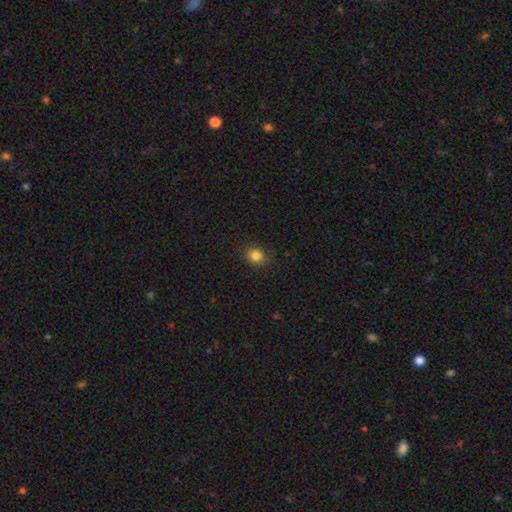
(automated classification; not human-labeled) Smooth or featured? smooth (83%)
How rounded? round (81%)
Merging? none (88%)